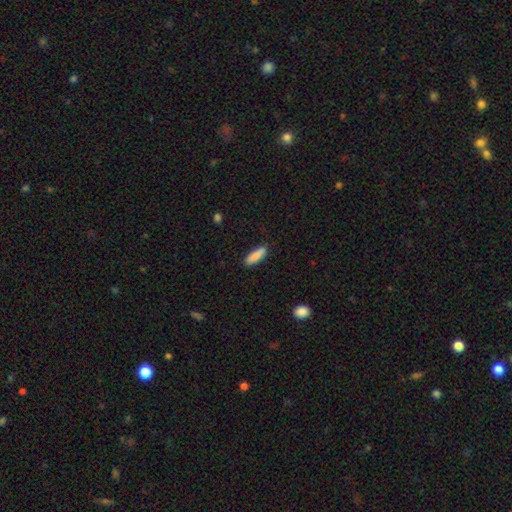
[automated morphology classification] Overall: smooth (86%). How rounded: in between (49%, tied with cigar-shaped). Merging: none (86%).